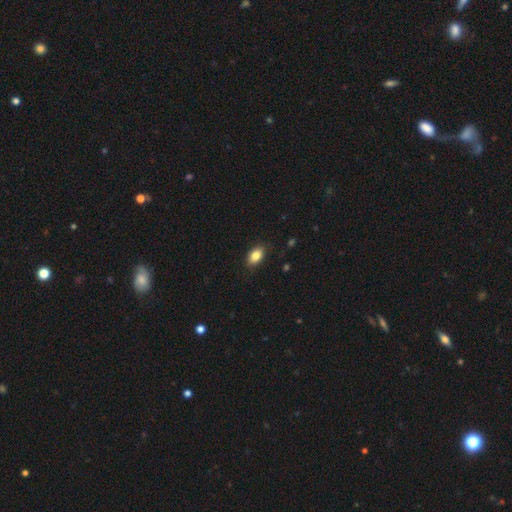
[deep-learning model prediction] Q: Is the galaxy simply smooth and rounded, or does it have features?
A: smooth — 85%.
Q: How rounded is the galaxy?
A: in between — 90%.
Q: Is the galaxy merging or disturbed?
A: none — 85%.